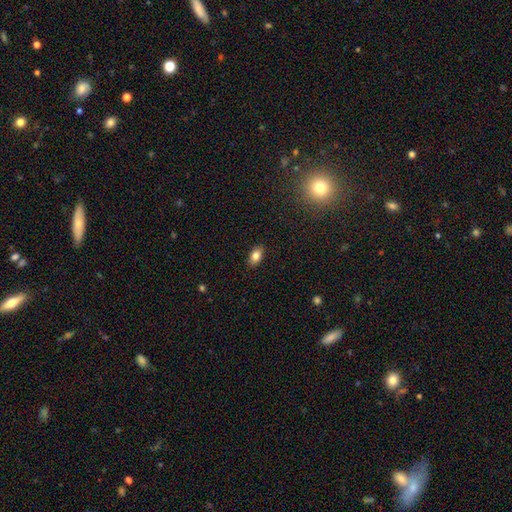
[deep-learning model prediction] Morphology: type=smooth (82%); roundness=in between (91%); merging=none (89%).